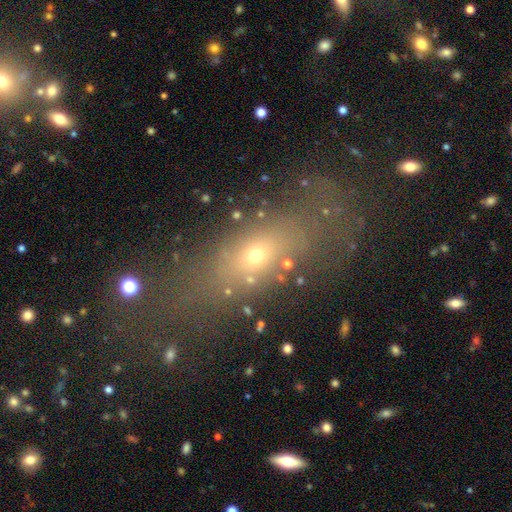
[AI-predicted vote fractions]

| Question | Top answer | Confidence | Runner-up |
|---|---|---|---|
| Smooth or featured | smooth | 55% | featured or disk (24%) |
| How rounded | in between | 59% | cigar-shaped (26%) |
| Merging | none | 55% | major disturbance (18%) |